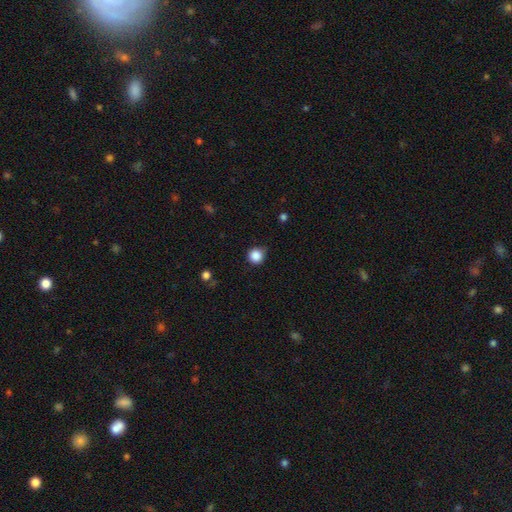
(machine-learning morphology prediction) Smooth or featured? Predicted: smooth (p=0.87). How rounded? Predicted: round (p=0.94). Merging? Predicted: none (p=0.82).